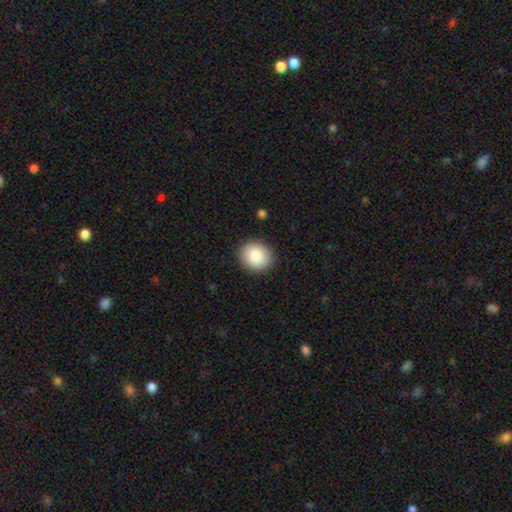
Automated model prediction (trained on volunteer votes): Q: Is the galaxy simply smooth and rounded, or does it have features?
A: smooth — 88%.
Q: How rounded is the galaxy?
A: round — 78%.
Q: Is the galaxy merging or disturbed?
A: none — 90%.